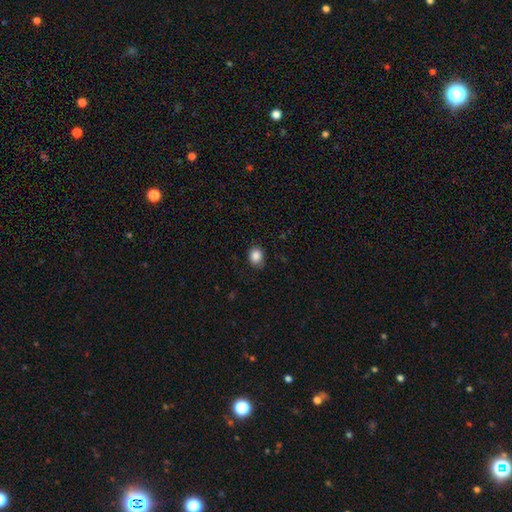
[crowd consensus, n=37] A smooth galaxy with no disk features (92%) that is in between round and cigar-shaped (53%). Merging: none (85%).